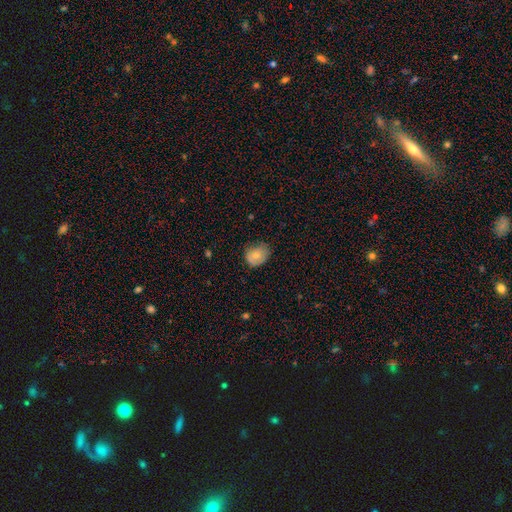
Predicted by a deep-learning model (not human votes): This is likely a smooth galaxy (72%). How rounded: possibly round (51%). Merging: possibly none (59%).